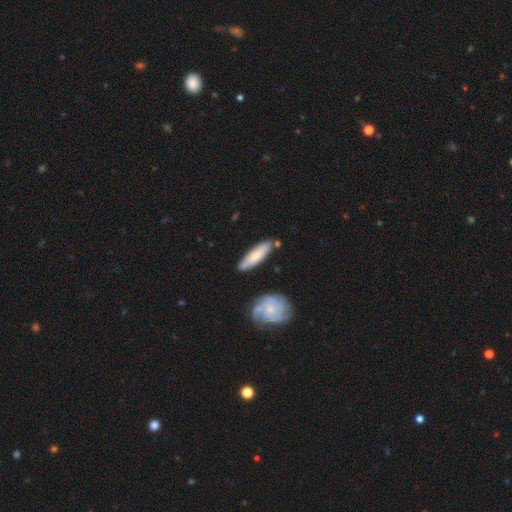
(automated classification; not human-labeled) A smooth galaxy with no disk features (66%) that is cigar-shaped (69%).

Vote fractions:
- Smooth or featured? smooth: 66% / featured or disk: 29% / star or artifact: 5%
- How rounded? cigar-shaped: 69% / in between: 29% / round: 2%
- Merging? none: 79% / minor disturbance: 13% / merger: 6% / major disturbance: 3%